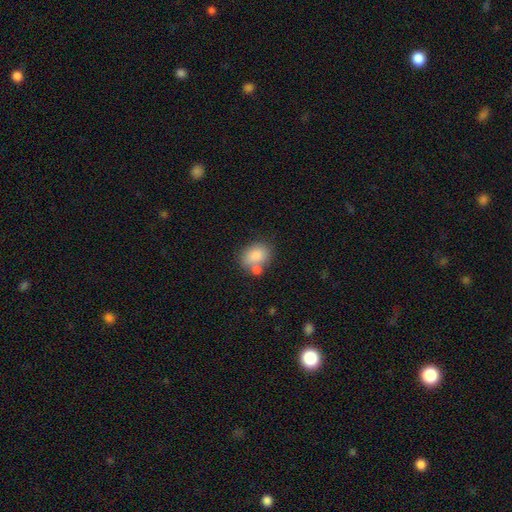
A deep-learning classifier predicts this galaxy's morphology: Overall: smooth (83%). How rounded: in between (67%; round 32%). Merging: none (57%; merger 23%).